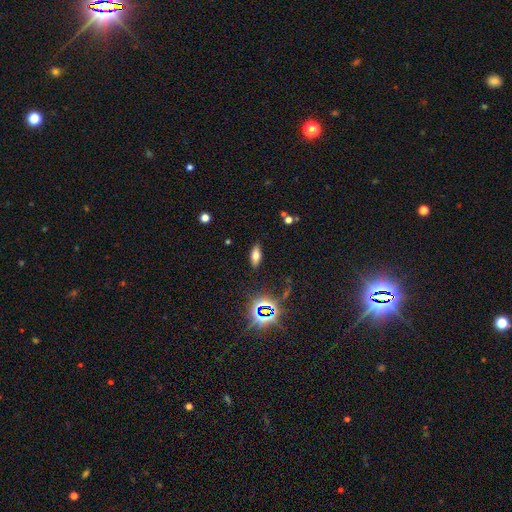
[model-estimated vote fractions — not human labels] This is likely a smooth galaxy (61%). How rounded: likely in between (79%). Merging: clearly none (87%).